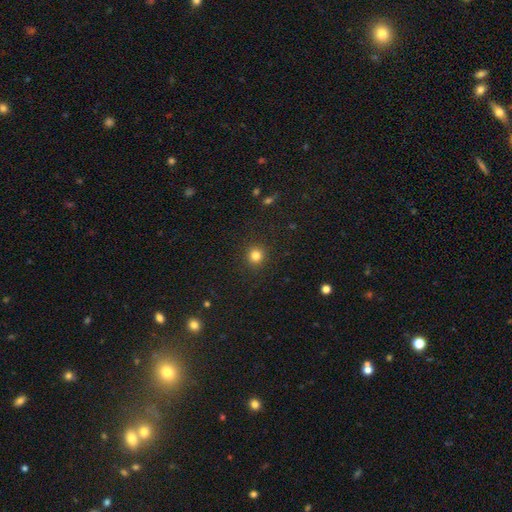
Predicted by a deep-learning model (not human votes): Smooth or featured? Predicted: smooth (p=0.82). How rounded? Predicted: round (p=0.92). Merging? Predicted: none (p=0.91).